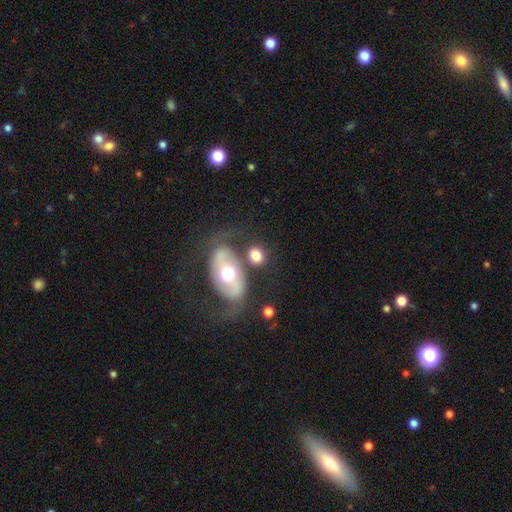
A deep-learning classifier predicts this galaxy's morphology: Smooth or featured? Predicted: smooth (p=0.64). How rounded? Predicted: in between (p=0.55). Merging? Predicted: none (p=0.59).